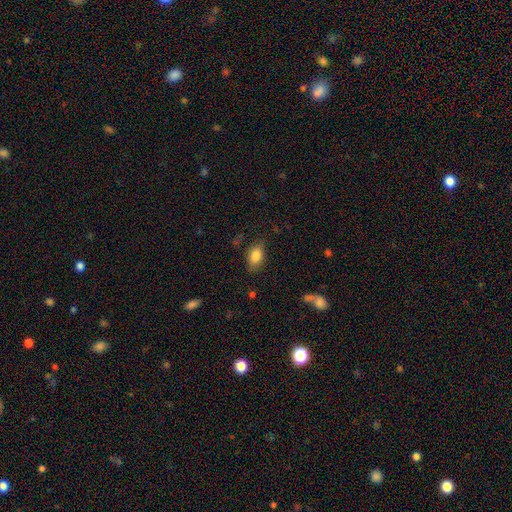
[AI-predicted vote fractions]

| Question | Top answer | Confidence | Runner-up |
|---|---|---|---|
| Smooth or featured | smooth | 83% | featured or disk (9%) |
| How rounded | in between | 90% | round (7%) |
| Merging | none | 77% | minor disturbance (17%) |